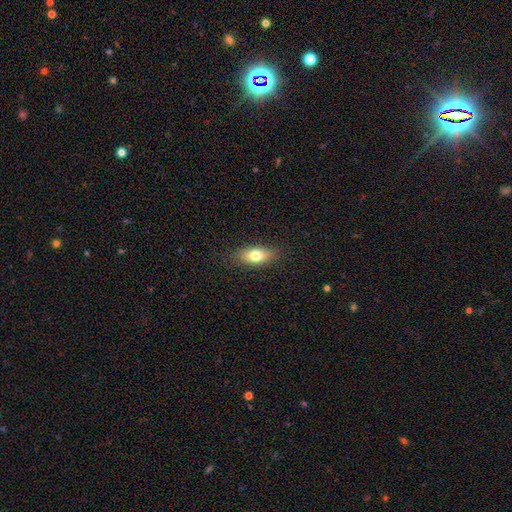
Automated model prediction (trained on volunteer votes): Overall: smooth (73%). How rounded: in between (79%). Merging: none (86%).